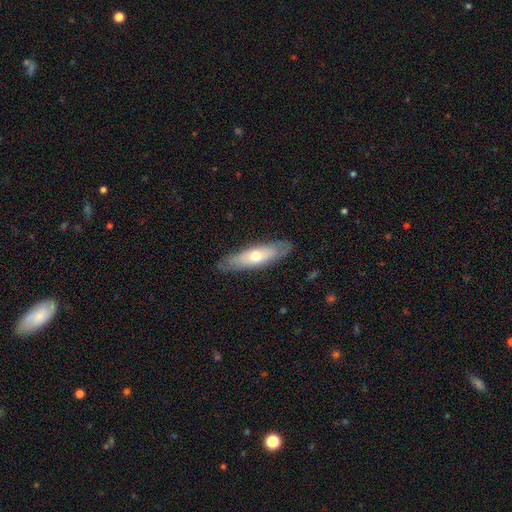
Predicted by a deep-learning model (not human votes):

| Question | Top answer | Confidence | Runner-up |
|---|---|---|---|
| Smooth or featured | smooth | 47% | tied: featured or disk (47%) |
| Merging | none | 82% | minor disturbance (14%) |